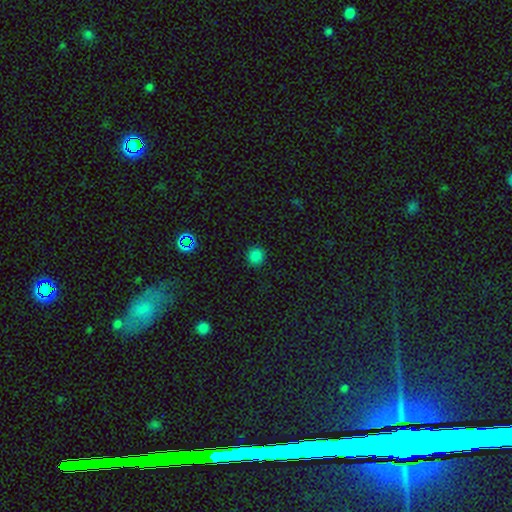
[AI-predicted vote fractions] Overall: smooth (82%). How rounded: round (89%). Merging: none (91%).